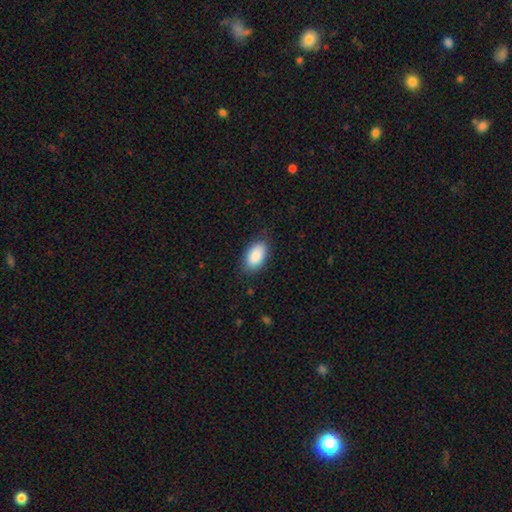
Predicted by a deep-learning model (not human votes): Smooth or featured? smooth (89%)
How rounded? in between (94%)
Merging? none (81%)